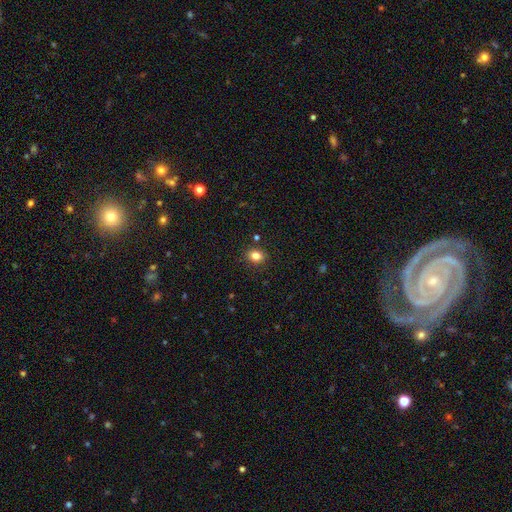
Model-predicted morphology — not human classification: The model was most divided on "how rounded": round: 54%, in between: 46%, cigar-shaped: 1%. More confident: merging — none (88%); smooth or featured — smooth (82%).